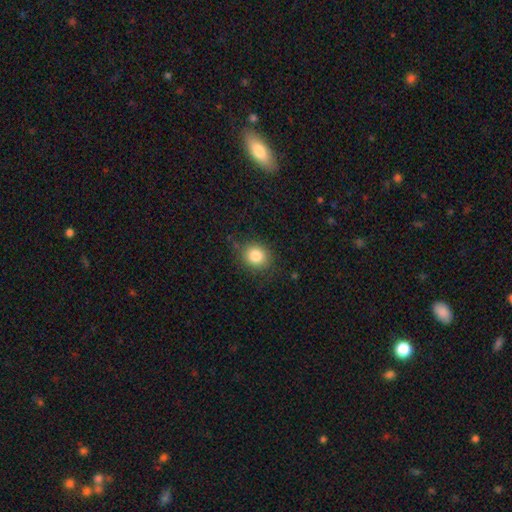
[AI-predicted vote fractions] Smooth or featured: smooth — 83% (star or artifact — 10%)
How rounded: round — 75% (in between — 24%)
Merging: none — 82% (minor disturbance — 13%)